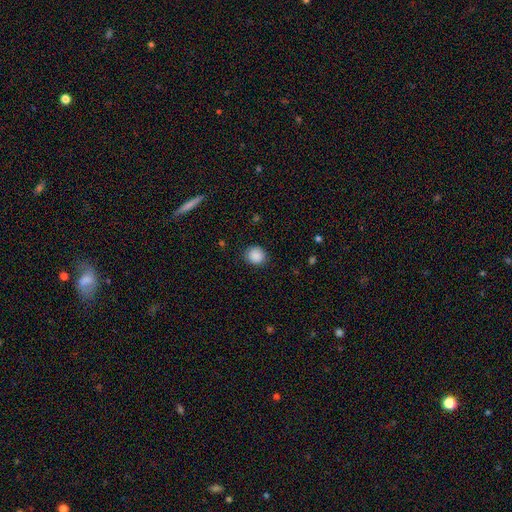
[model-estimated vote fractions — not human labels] smooth_or_featured: smooth (p=0.89) [alt: star or artifact p=0.08]
how_rounded: round (p=0.81) [alt: in between p=0.18]
merging: none (p=0.88) [alt: minor disturbance p=0.08]